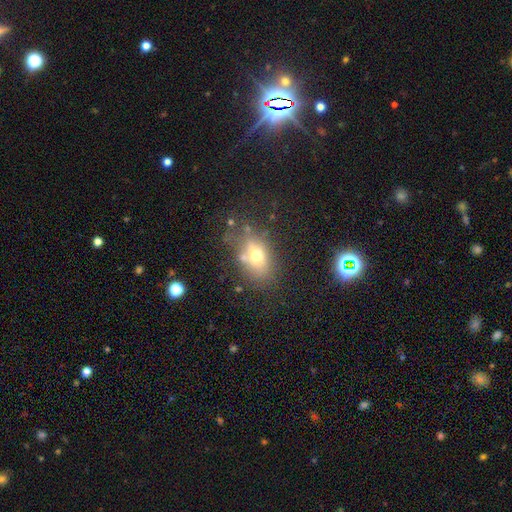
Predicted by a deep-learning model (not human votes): Smooth or featured: smooth — 63% (featured or disk — 23%)
How rounded: in between — 70% (round — 27%)
Merging: none — 59% (minor disturbance — 19%)